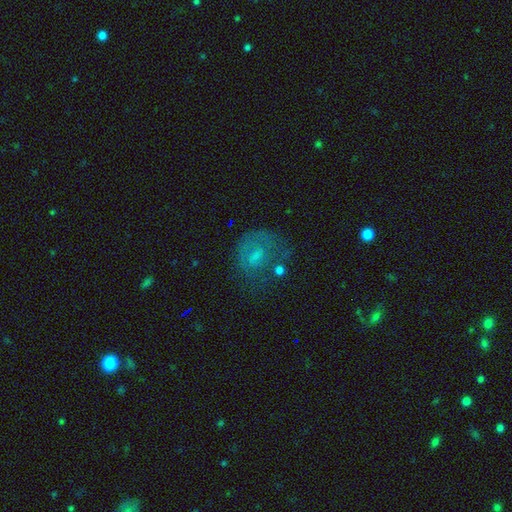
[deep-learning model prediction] A featured or disk galaxy (42%). Merging: none (49%).